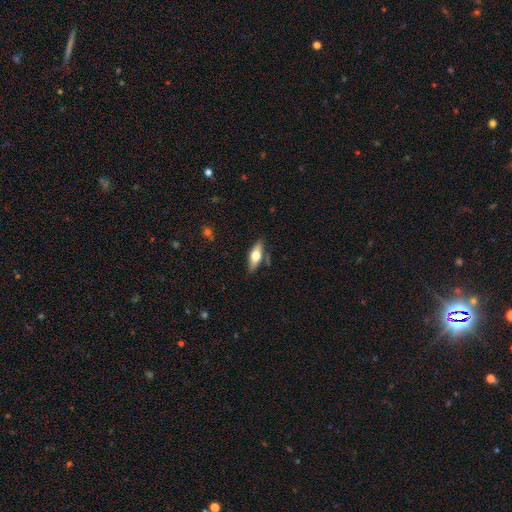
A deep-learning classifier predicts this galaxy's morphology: Q: Smooth or featured?
A: smooth (53%); runner-up: featured or disk (40%)
Q: How rounded?
A: in between (61%); runner-up: cigar-shaped (36%)
Q: Merging?
A: none (78%); runner-up: minor disturbance (15%)